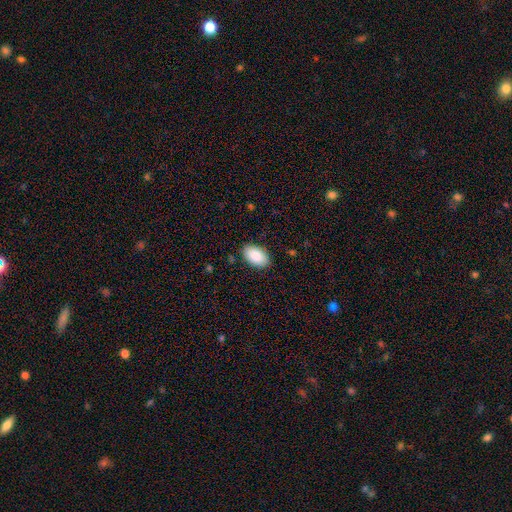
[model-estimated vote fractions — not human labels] A smooth galaxy with no disk features (89%) that is in between round and cigar-shaped (94%). Merging: none (87%).